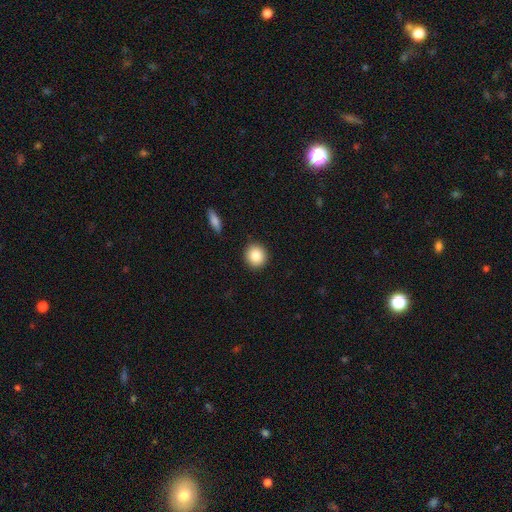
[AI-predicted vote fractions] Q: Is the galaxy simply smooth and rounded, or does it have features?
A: smooth — 86%.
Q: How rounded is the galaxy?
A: round — 90%.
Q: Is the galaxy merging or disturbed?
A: none — 90%.